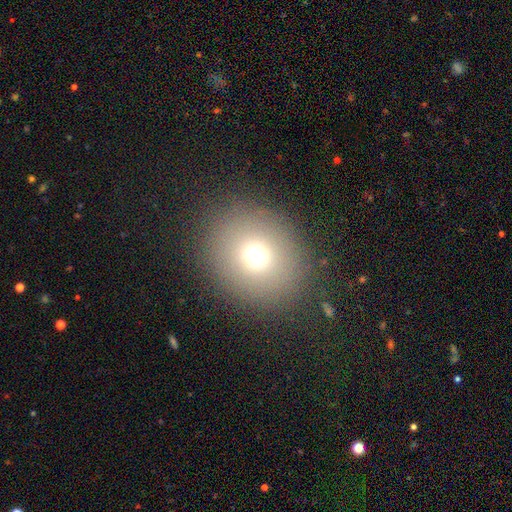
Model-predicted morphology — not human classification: Smooth or featured?
  - smooth: 71% *
  - star or artifact: 17%
  - featured or disk: 12%
How rounded?
  - round: 73% *
  - in between: 26%
  - cigar-shaped: 1%
Merging?
  - none: 88% *
  - minor disturbance: 7%
  - major disturbance: 4%
  - merger: 1%